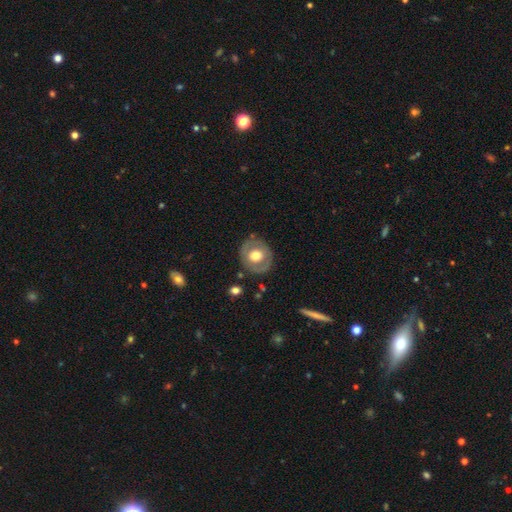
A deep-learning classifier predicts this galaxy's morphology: Smooth or featured?
  - smooth: 52% *
  - featured or disk: 41%
  - star or artifact: 7%
How rounded?
  - round: 76% *
  - in between: 23%
  - cigar-shaped: 1%
Merging?
  - none: 81% *
  - minor disturbance: 13%
  - major disturbance: 5%
  - merger: 2%